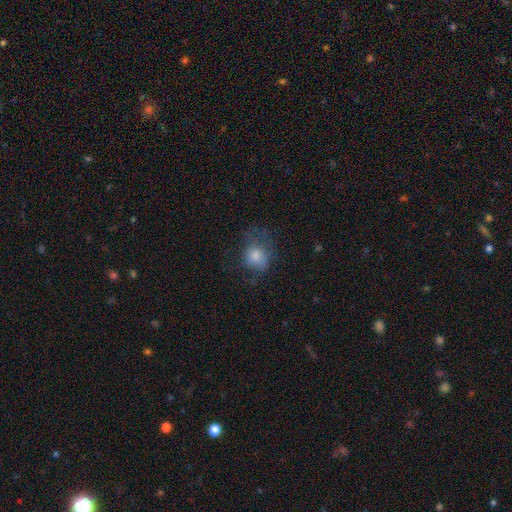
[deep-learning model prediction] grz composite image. It shows a smooth galaxy with no disk features (70%) that is round (66%). Merging: none (46%).